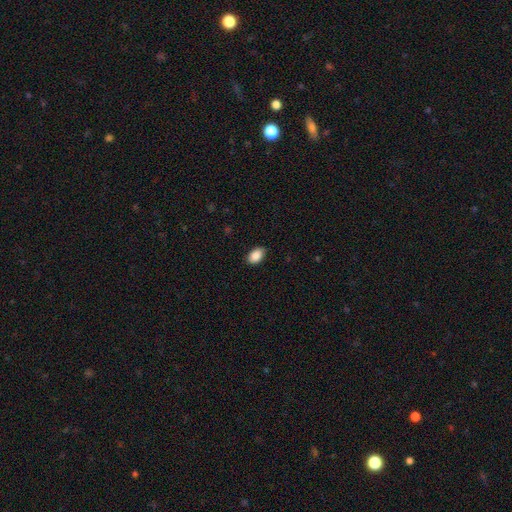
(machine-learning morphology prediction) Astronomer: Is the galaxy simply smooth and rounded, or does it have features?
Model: smooth — 89%.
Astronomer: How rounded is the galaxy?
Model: in between — 91%.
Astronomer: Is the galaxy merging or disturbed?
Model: none — 85%.